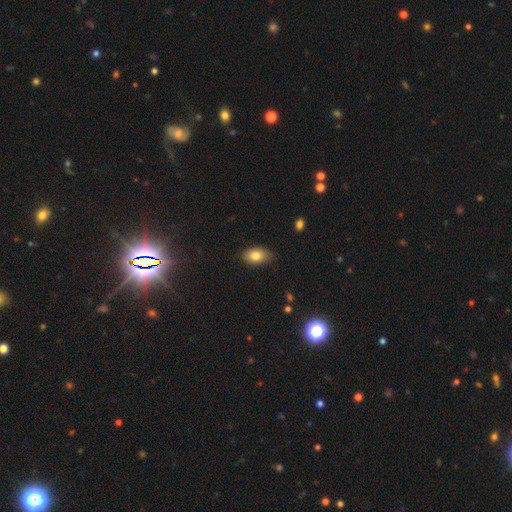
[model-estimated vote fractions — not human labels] A smooth galaxy with no disk features (82%) that is in between round and cigar-shaped (89%). Merging: none (83%).